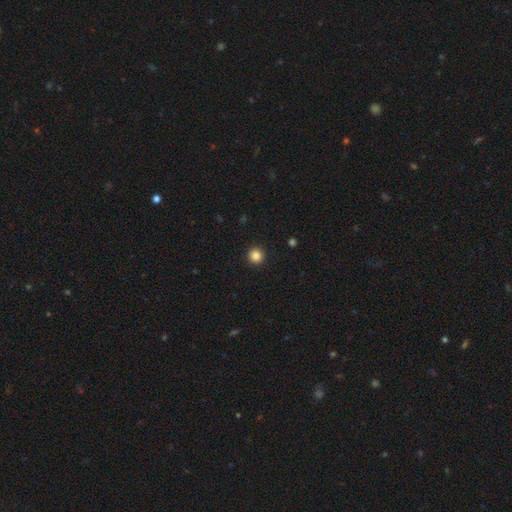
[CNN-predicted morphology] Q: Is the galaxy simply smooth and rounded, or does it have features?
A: smooth — 85%.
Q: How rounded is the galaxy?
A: round — 96%.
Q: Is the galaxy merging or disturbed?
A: none — 93%.